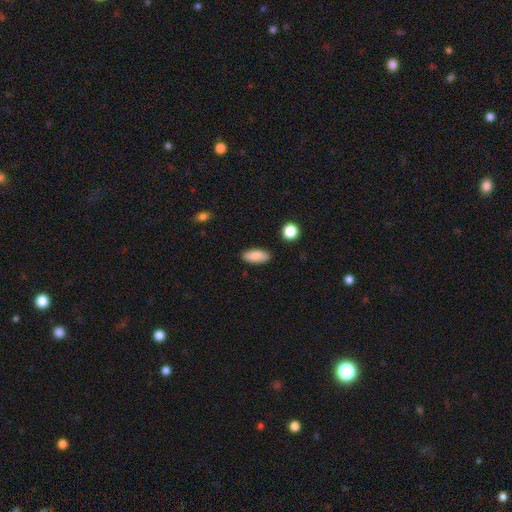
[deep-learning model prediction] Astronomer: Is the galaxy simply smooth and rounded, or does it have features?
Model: smooth — 87%.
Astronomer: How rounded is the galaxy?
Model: in between — 85%.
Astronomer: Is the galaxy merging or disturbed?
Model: none — 87%.